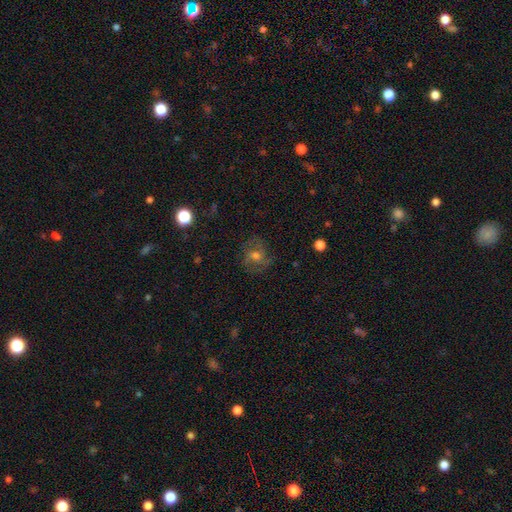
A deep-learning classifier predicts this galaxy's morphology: The model was most divided on "smooth or featured": featured or disk: 47%, smooth: 37%, star or artifact: 17%. More confident: merging — none (71%).